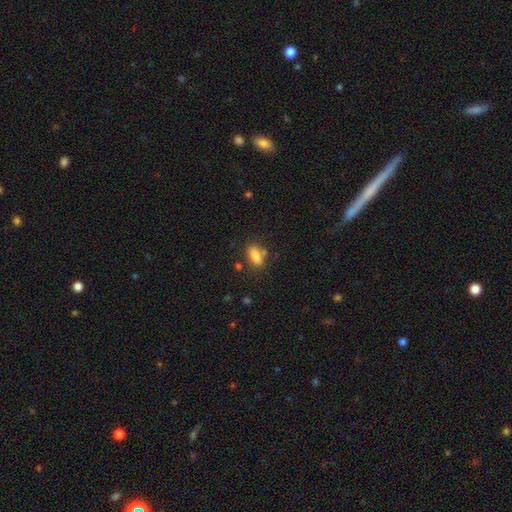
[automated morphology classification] Smooth or featured? Predicted: smooth (p=0.83). How rounded? Predicted: in between (p=0.82). Merging? Predicted: none (p=0.71).